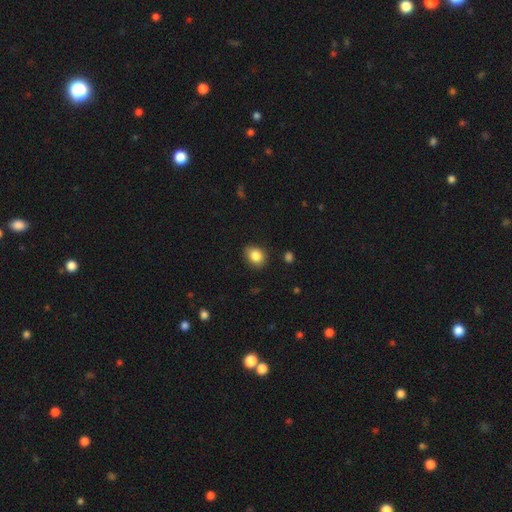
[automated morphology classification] smooth_or_featured: smooth (p=0.85) [alt: star or artifact p=0.09]
how_rounded: round (p=0.52) [alt: in between p=0.48]
merging: none (p=0.82) [alt: minor disturbance p=0.14]